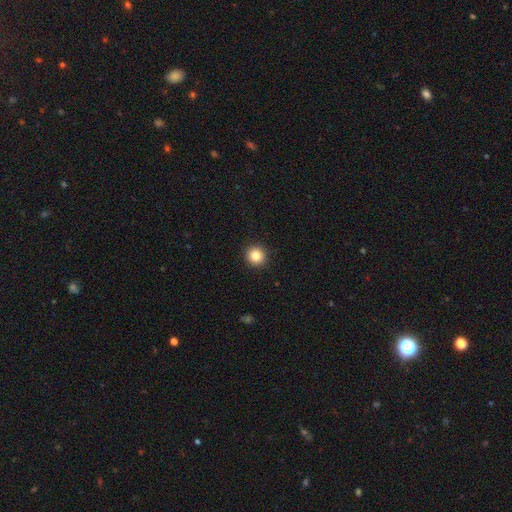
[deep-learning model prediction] This appears to be a smooth galaxy with no disk features (84%) that is round (95%). Merging: none (93%).